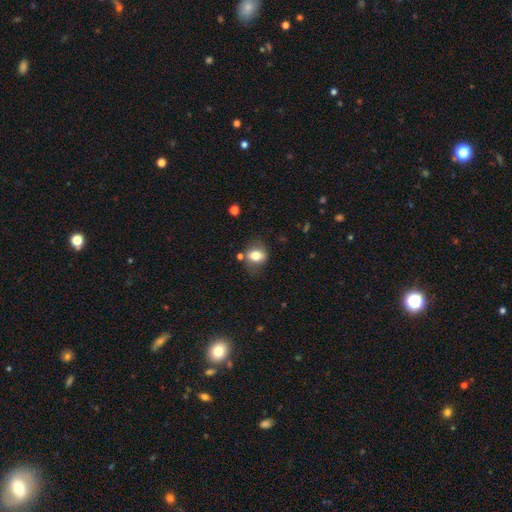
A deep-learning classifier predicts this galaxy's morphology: Smooth or featured?
  - smooth: 74% *
  - featured or disk: 17%
  - star or artifact: 9%
How rounded?
  - in between: 54% *
  - round: 45%
  - cigar-shaped: 1%
Merging?
  - none: 67% *
  - minor disturbance: 19%
  - major disturbance: 7%
  - merger: 7%